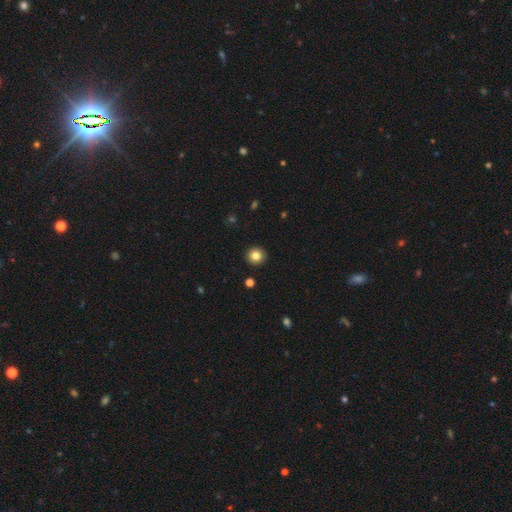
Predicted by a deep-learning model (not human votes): Morphology: type=smooth (83%); roundness=round (93%); merging=none (93%).